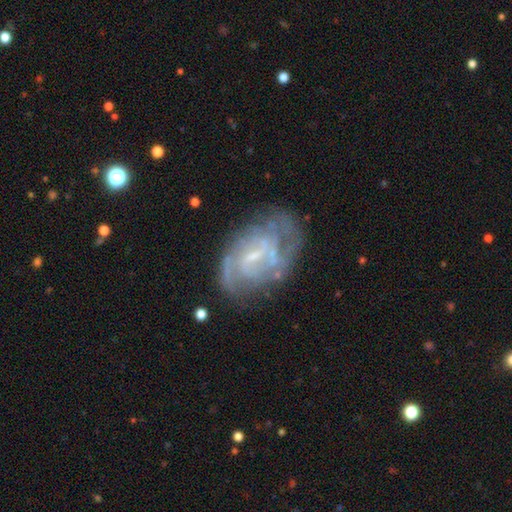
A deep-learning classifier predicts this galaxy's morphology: smooth-or-featured: featured or disk: 81% | smooth: 12% | star or artifact: 7%
  disk-edge-on: no: 97% | yes: 3%
    bar: weak: 55% | no: 30% | strong: 15%
    has-spiral-arms: yes: 85% | no: 15%
      spiral-winding: tight: 44% | medium: 40% | loose: 16%
      spiral-arm-count: can't tell: 40% | 2: 33% | 3: 13% | 1: 5% | 4: 5% | more than 4: 4%
    bulge-size: small: 65% | moderate: 18% | none: 15% | large: 1% | dominant: 1%
  merging: none: 60% | minor disturbance: 22% | major disturbance: 14% | merger: 3%